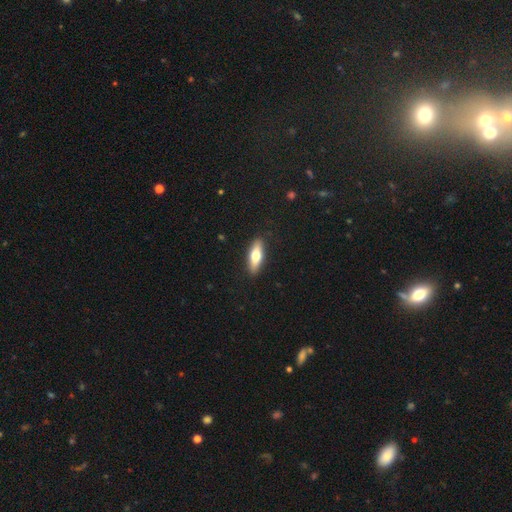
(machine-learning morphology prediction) The model was most divided on "how rounded": in between: 52%, cigar-shaped: 45%, round: 3%. More confident: merging — none (89%); smooth or featured — smooth (63%).